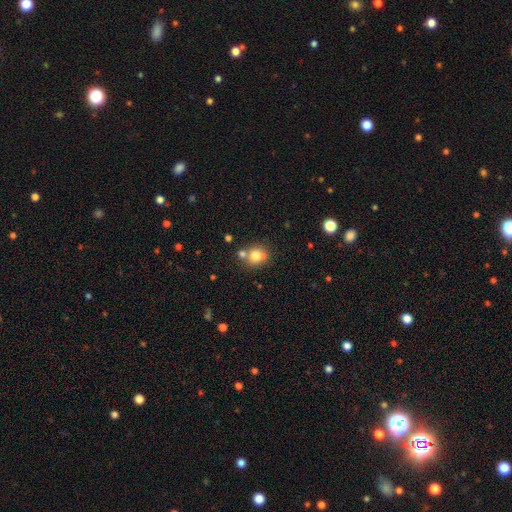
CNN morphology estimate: This appears to be a smooth galaxy with no disk features (74%) that is round (80%). Merging: none (57%).